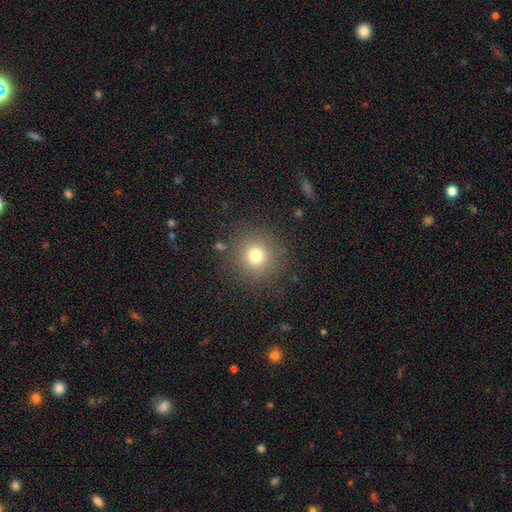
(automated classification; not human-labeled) This is likely a smooth galaxy (75%). How rounded: clearly round (94%). Merging: clearly none (87%).